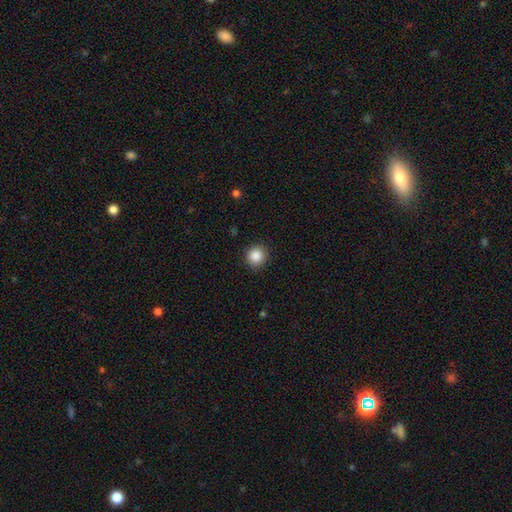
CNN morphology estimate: Q: Smooth or featured?
A: smooth (87%); runner-up: star or artifact (9%)
Q: How rounded?
A: round (92%); runner-up: in between (7%)
Q: Merging?
A: none (90%); runner-up: minor disturbance (7%)